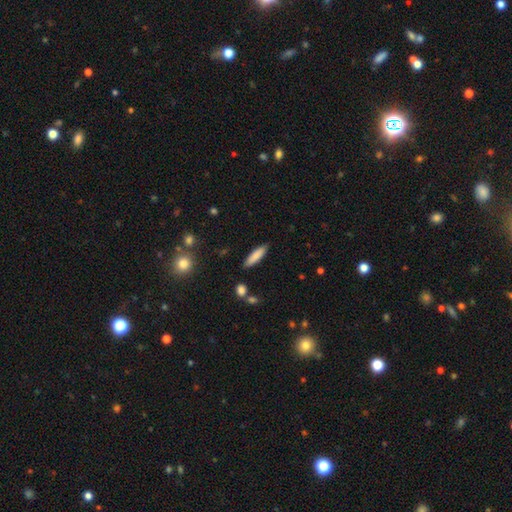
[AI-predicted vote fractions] A smooth galaxy with no disk features (83%) that is cigar-shaped (72%). Merging: none (88%).